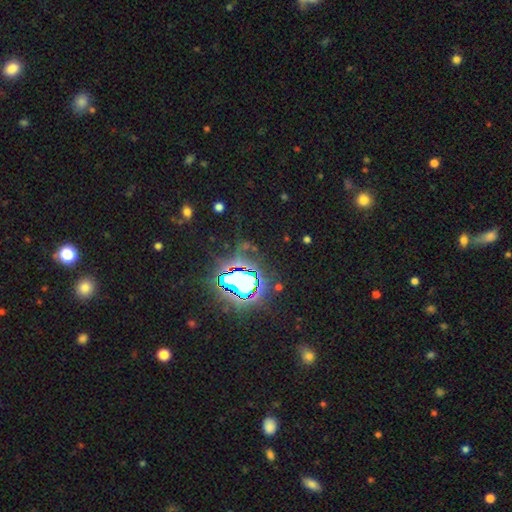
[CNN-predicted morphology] The model was most divided on "smooth or featured": star or artifact: 84%, smooth: 10%, featured or disk: 7%.